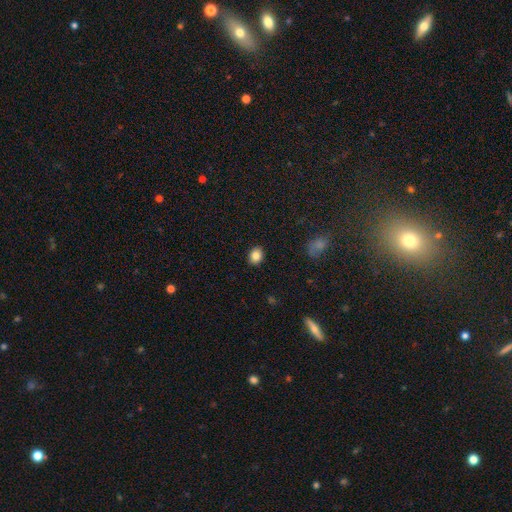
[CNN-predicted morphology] type=smooth (85%); roundness=in between (52%); merging=none (89%).